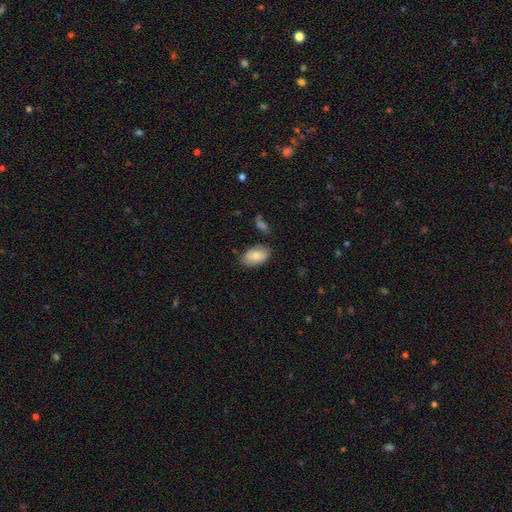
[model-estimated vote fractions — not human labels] Morphology: type=smooth (80%); roundness=in between (93%); merging=none (77%).